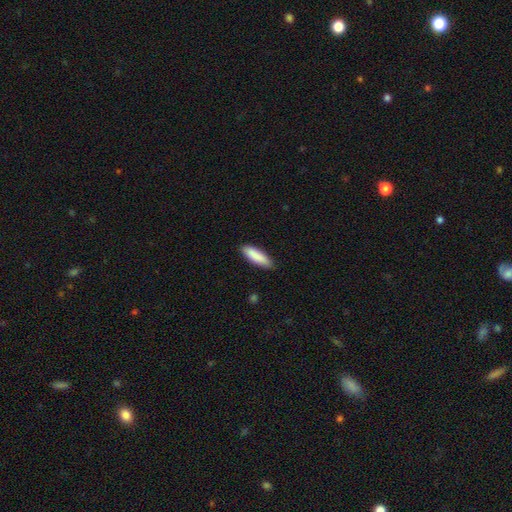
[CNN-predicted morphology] A smooth galaxy with no disk features (88%) that is cigar-shaped (57%).

Vote fractions:
- Smooth or featured? smooth: 88% / featured or disk: 6% / star or artifact: 5%
- How rounded? cigar-shaped: 57% / in between: 42% / round: 1%
- Merging? none: 87% / minor disturbance: 10% / major disturbance: 2% / merger: 1%